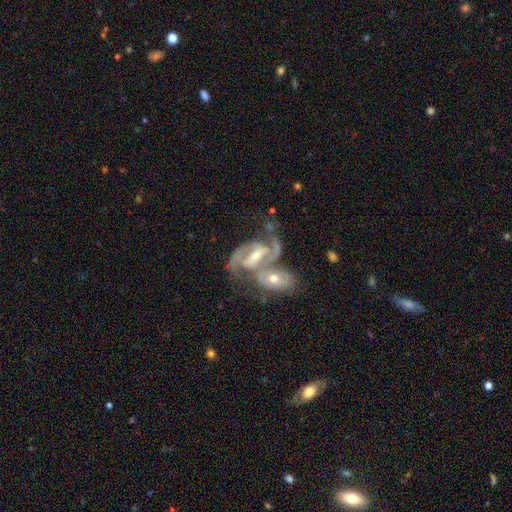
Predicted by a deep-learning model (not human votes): The model was most divided on "bulge size": moderate: 52%, small: 44%, large: 2%, none: 2%, dominant: 1%. Remaining: edge-on disk — no (96%); spiral arms — yes (96%); smooth or featured — featured or disk (89%); spiral arm count — 2 (87%); merging — merger (56%); spiral winding — medium (55%); bar — strong (49%).